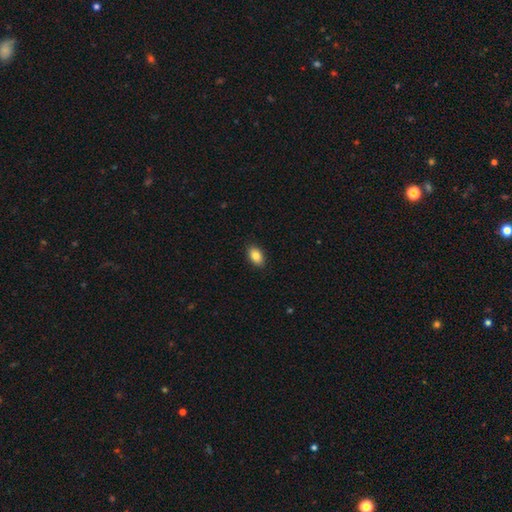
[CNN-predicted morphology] The model was most divided on "smooth or featured": smooth: 84%, featured or disk: 8%, star or artifact: 8%. More confident: merging — none (89%); how rounded — in between (89%).